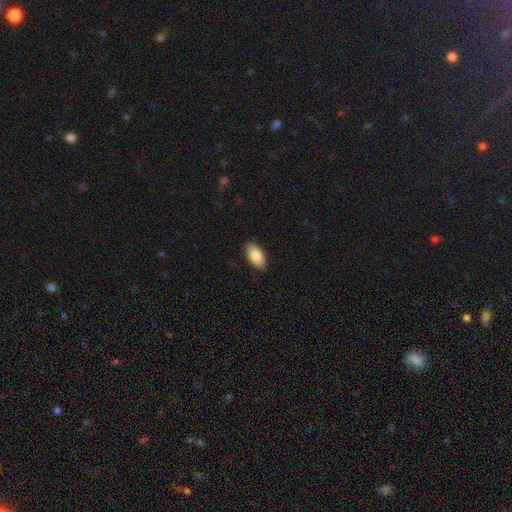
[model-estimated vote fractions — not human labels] This is clearly a smooth galaxy (86%). How rounded: clearly in between (94%). Merging: clearly none (88%).